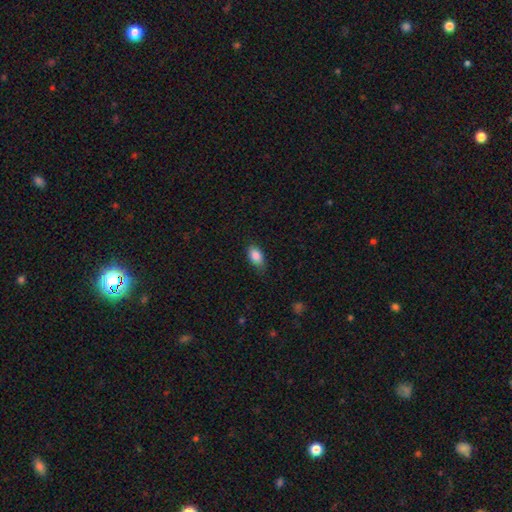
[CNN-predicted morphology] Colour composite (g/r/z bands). It shows a smooth galaxy with no disk features (86%) that is in between round and cigar-shaped (91%). Merging: none (78%).